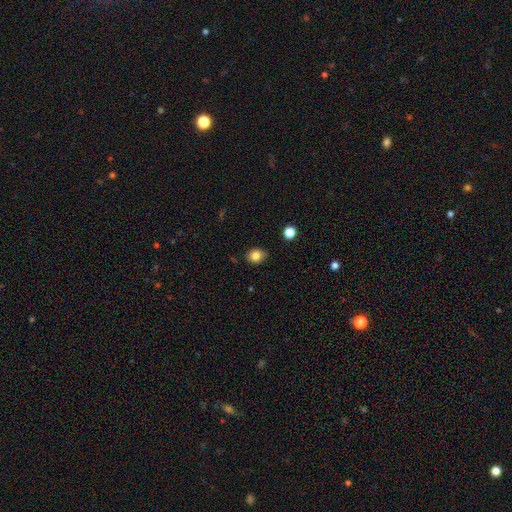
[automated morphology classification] smooth 83%, star or artifact 10%, featured or disk 7%. Down the decision tree: how rounded — round (54%); merging — none (82%).